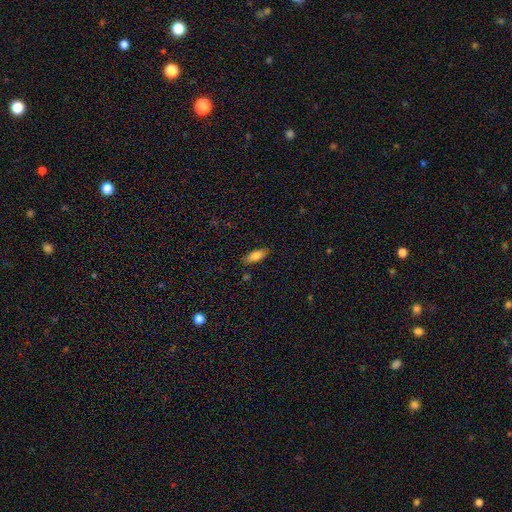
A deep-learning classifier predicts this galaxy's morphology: Smooth or featured? smooth (81%)
How rounded? in between (77%)
Merging? none (82%)